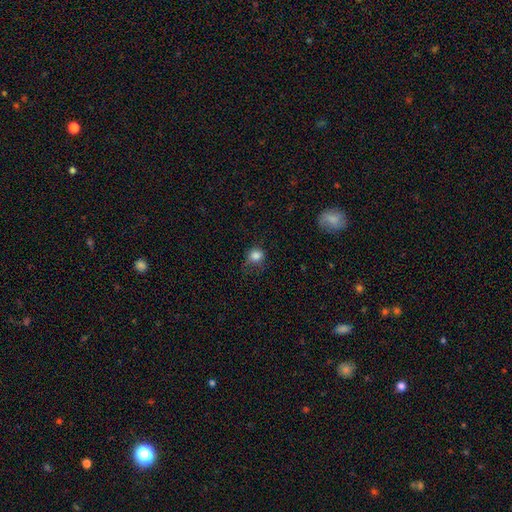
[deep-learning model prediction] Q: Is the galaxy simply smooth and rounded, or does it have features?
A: smooth — 83%.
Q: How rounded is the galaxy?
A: round — 79%.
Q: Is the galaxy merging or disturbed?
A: none — 59%.